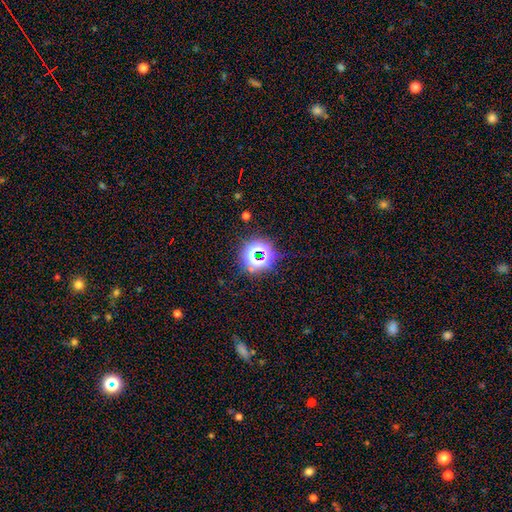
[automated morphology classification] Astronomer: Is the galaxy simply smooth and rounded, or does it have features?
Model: star or artifact — 69%.